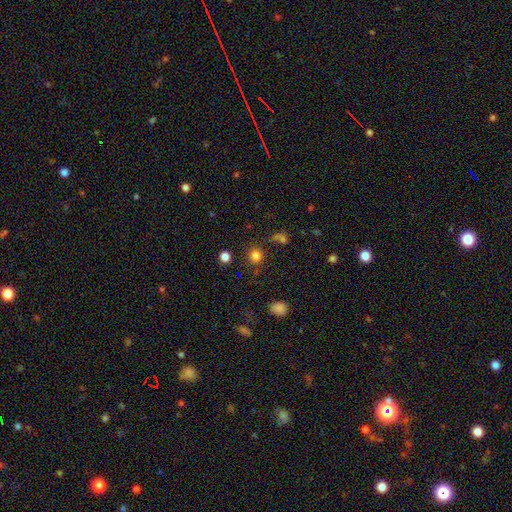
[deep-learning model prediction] A smooth galaxy with no disk features (79%) that is round (92%).

Vote fractions:
- Smooth or featured? smooth: 79% / star or artifact: 16% / featured or disk: 5%
- How rounded? round: 92% / in between: 7% / cigar-shaped: 1%
- Merging? none: 84% / minor disturbance: 8% / merger: 5% / major disturbance: 4%